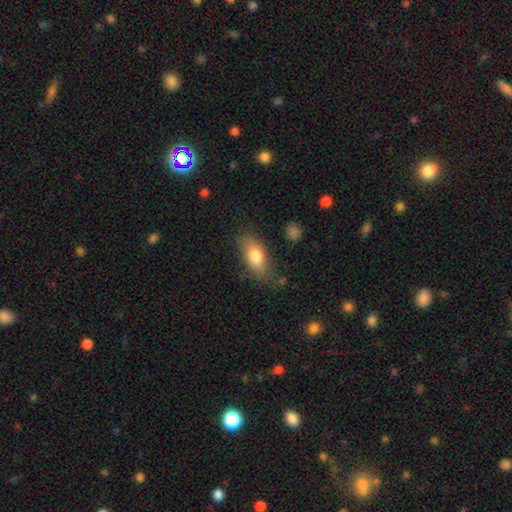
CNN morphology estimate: Q: Smooth or featured?
A: smooth (75%); runner-up: featured or disk (18%)
Q: How rounded?
A: in between (83%); runner-up: cigar-shaped (12%)
Q: Merging?
A: none (73%); runner-up: minor disturbance (19%)